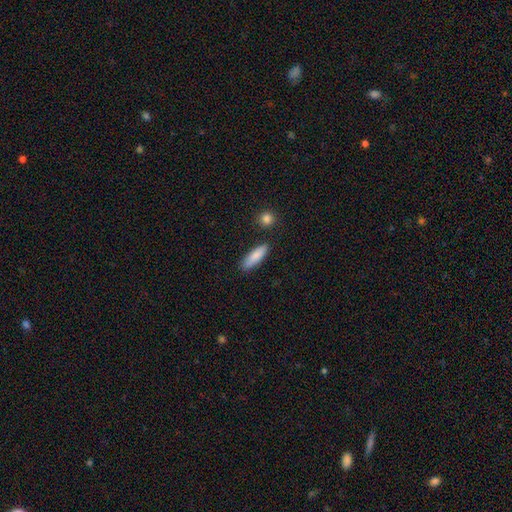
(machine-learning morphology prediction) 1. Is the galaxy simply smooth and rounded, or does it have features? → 85% smooth, 9% featured or disk, 6% star or artifact.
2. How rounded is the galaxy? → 53% cigar-shaped, 45% in between, 2% round.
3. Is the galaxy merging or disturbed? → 85% none, 10% minor disturbance, 3% merger, 2% major disturbance.